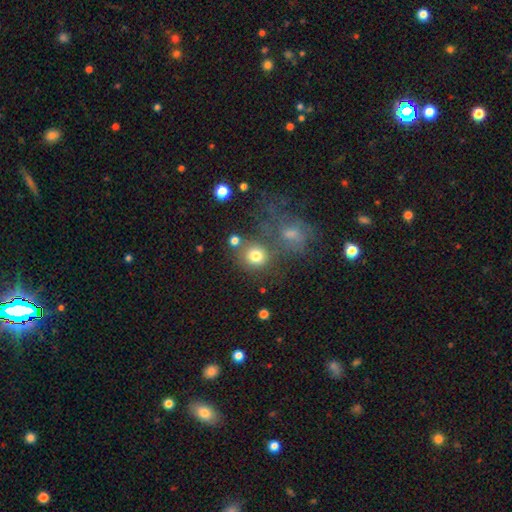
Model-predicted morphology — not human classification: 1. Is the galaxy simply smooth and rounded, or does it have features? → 77% smooth, 13% star or artifact, 10% featured or disk.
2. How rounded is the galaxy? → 84% round, 15% in between, 1% cigar-shaped.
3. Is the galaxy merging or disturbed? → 54% none, 28% merger, 11% minor disturbance, 8% major disturbance.